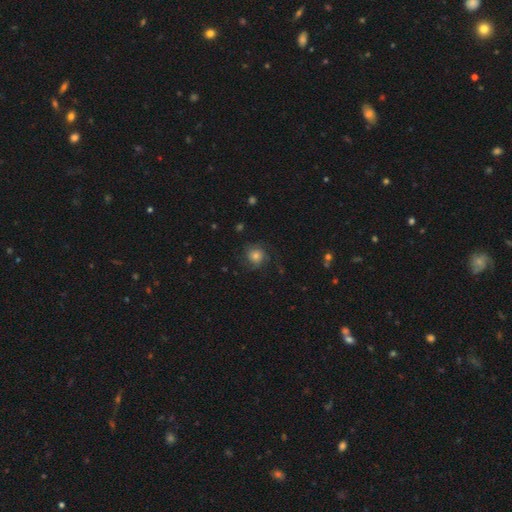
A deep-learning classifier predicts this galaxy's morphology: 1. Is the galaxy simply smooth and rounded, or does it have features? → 48% smooth, 40% featured or disk, 12% star or artifact.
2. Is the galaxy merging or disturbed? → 71% none, 16% minor disturbance, 11% major disturbance, 1% merger.